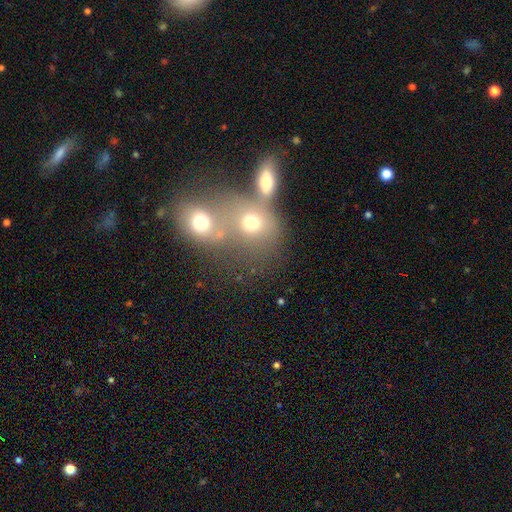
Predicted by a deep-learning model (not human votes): A smooth galaxy with no disk features (51%) that is round (62%). Merging: merger (72%).